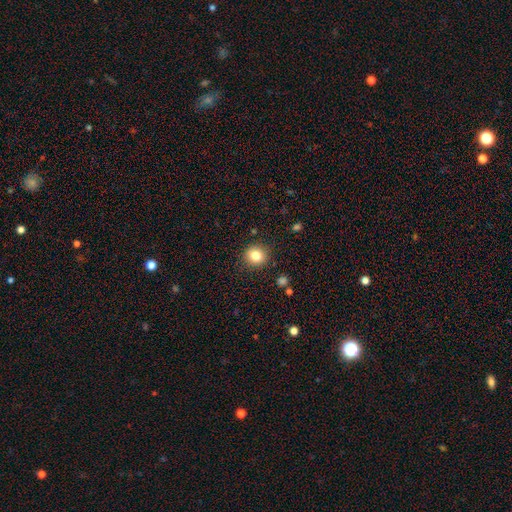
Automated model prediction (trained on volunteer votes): This appears to be a smooth galaxy with no disk features (82%) that is round (88%). Merging: none (89%).